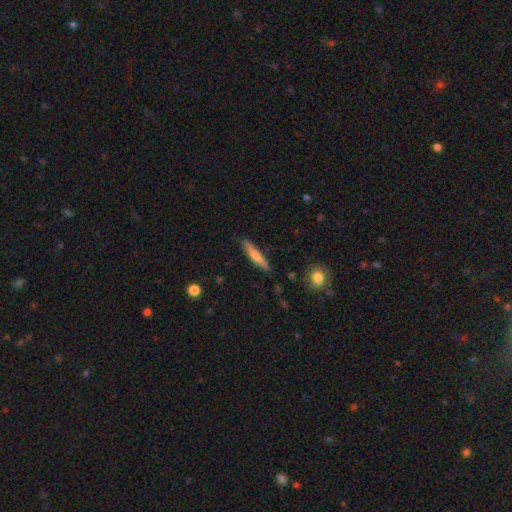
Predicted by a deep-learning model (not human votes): The model was most divided on "smooth or featured": smooth: 65%, featured or disk: 29%, star or artifact: 6%. More confident: how rounded — cigar-shaped (90%); merging — none (87%).